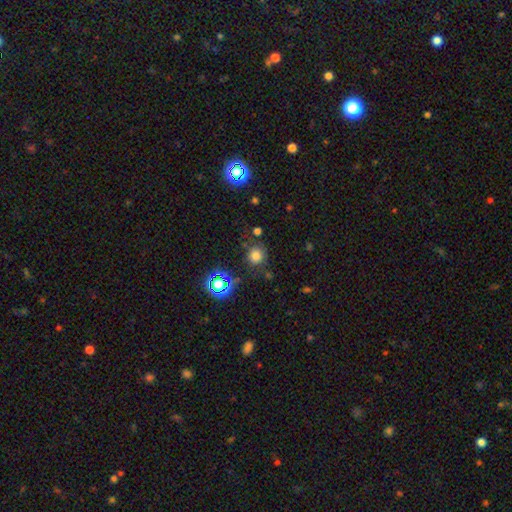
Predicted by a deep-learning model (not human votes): Overall: smooth (72%). How rounded: round (88%). Merging: none (78%).